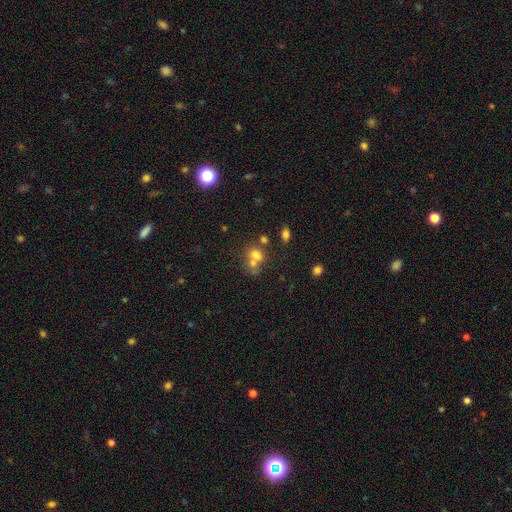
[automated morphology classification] This appears to be a smooth galaxy with no disk features (65%) that is in between round and cigar-shaped (50%). Merging: merger (56%).